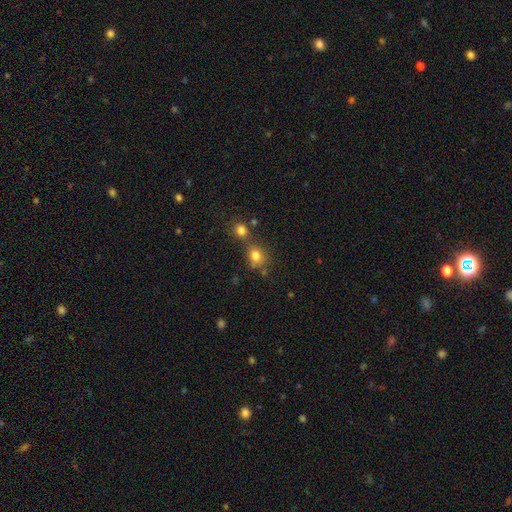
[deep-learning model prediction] Smooth or featured?
  - smooth: 77% *
  - star or artifact: 14%
  - featured or disk: 8%
How rounded?
  - round: 72% *
  - in between: 27%
  - cigar-shaped: 1%
Merging?
  - none: 54% *
  - merger: 30%
  - minor disturbance: 12%
  - major disturbance: 5%